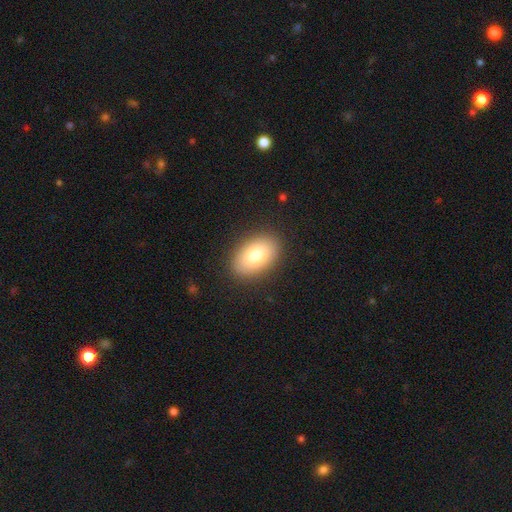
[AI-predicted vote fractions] This is clearly a smooth galaxy (83%). How rounded: clearly in between (92%). Merging: clearly none (87%).